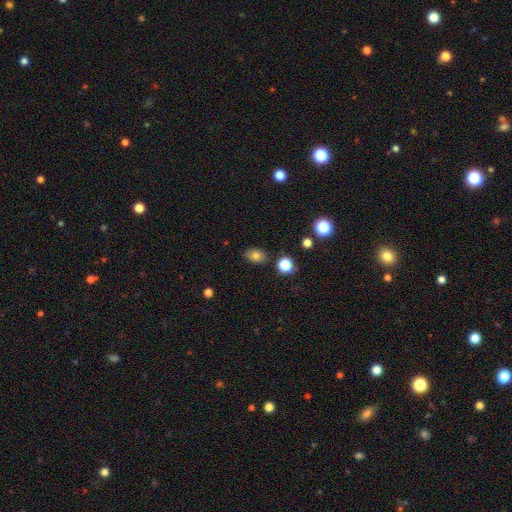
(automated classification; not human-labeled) Q: Smooth or featured?
A: smooth (77%); runner-up: star or artifact (13%)
Q: How rounded?
A: in between (71%); runner-up: round (28%)
Q: Merging?
A: none (84%); runner-up: minor disturbance (11%)